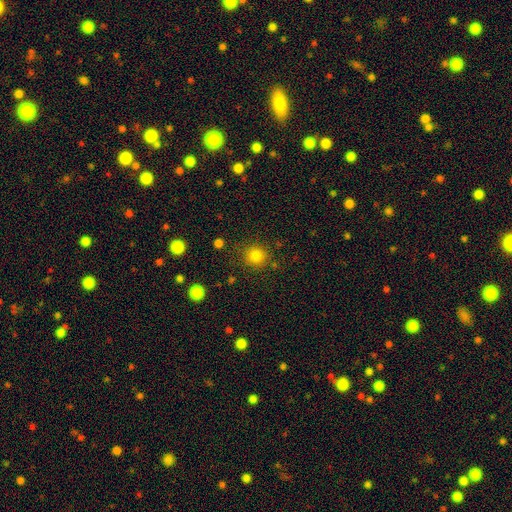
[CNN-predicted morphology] smooth 81%, star or artifact 13%, featured or disk 6%. Down the decision tree: how rounded — round (91%); merging — none (84%).